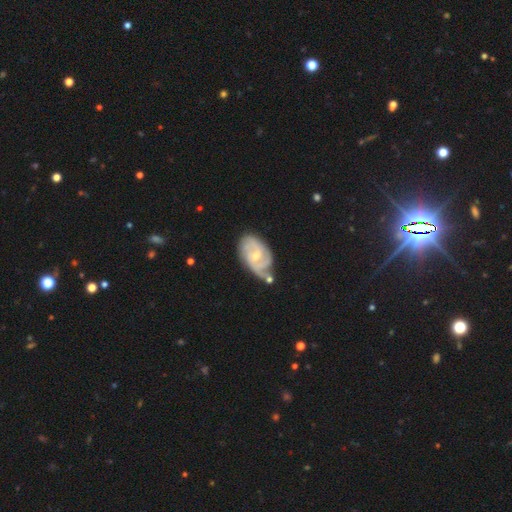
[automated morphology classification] type=featured or disk (79%); edge-on=no (97%); bar=no (48%); spiral arms=yes (94%); winding=tight (48%); arm count=2 (36%); bulge=small (54%); merging=none (52%).